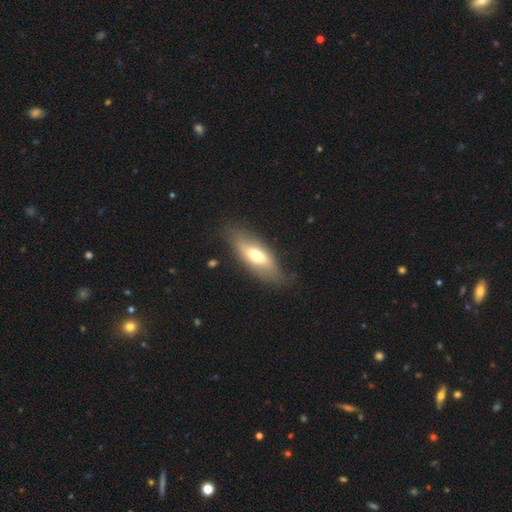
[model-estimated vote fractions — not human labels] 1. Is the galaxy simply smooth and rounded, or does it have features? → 59% smooth, 34% featured or disk, 6% star or artifact.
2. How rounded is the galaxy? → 73% in between, 24% cigar-shaped, 3% round.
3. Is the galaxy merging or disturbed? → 75% none, 18% minor disturbance, 6% major disturbance, 2% merger.